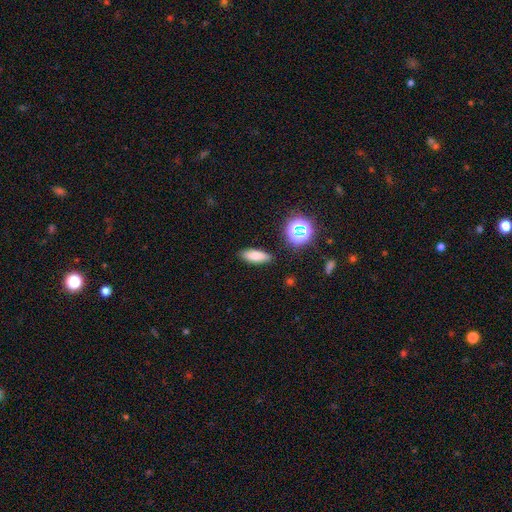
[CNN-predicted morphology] A smooth galaxy with no disk features (79%) that is in between round and cigar-shaped (64%).

Vote fractions:
- Smooth or featured? smooth: 79% / star or artifact: 12% / featured or disk: 10%
- How rounded? in between: 64% / cigar-shaped: 32% / round: 4%
- Merging? none: 87% / minor disturbance: 9% / major disturbance: 3% / merger: 2%